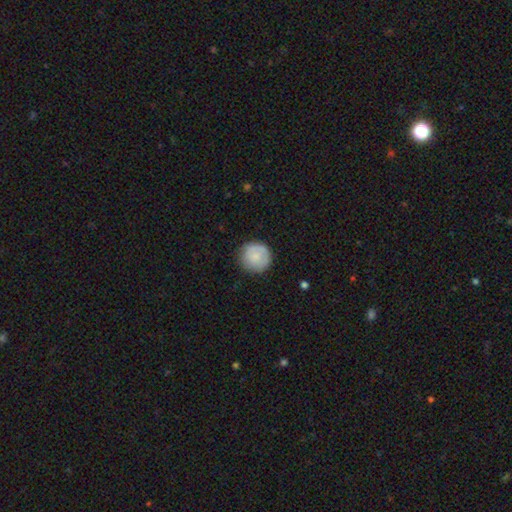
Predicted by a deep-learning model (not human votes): Q: Smooth or featured?
A: smooth (80%); runner-up: featured or disk (14%)
Q: How rounded?
A: round (95%); runner-up: in between (4%)
Q: Merging?
A: none (85%); runner-up: minor disturbance (11%)